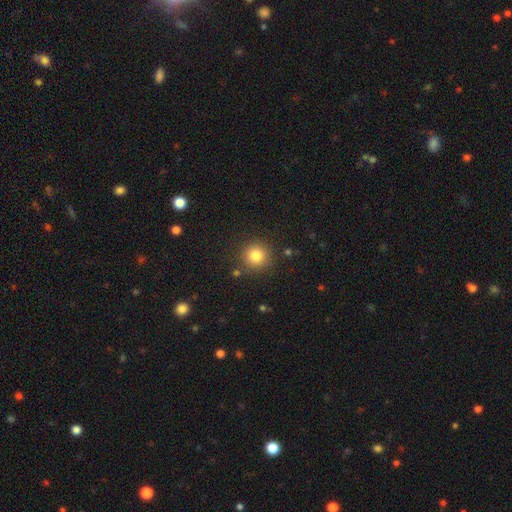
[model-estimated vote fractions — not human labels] This is clearly a smooth galaxy (82%). How rounded: clearly round (93%). Merging: clearly none (87%).